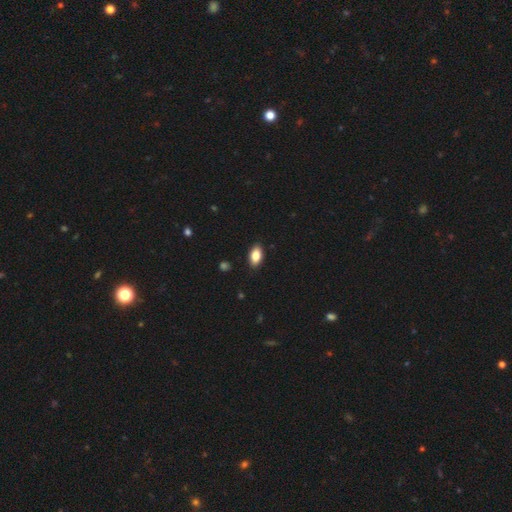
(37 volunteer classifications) Smooth or featured: smooth — 89% (featured or disk — 8%)
How rounded: in between — 88% (round — 9%)
Merging: none — 89% (minor disturbance — 8%)